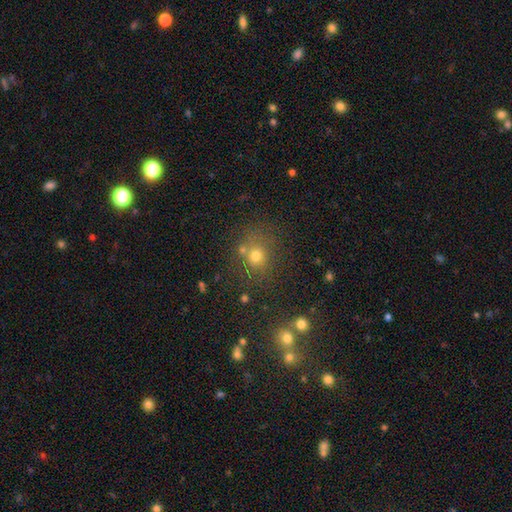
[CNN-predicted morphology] Smooth or featured: smooth — 70% (star or artifact — 20%)
How rounded: round — 79% (in between — 20%)
Merging: none — 69% (merger — 13%)